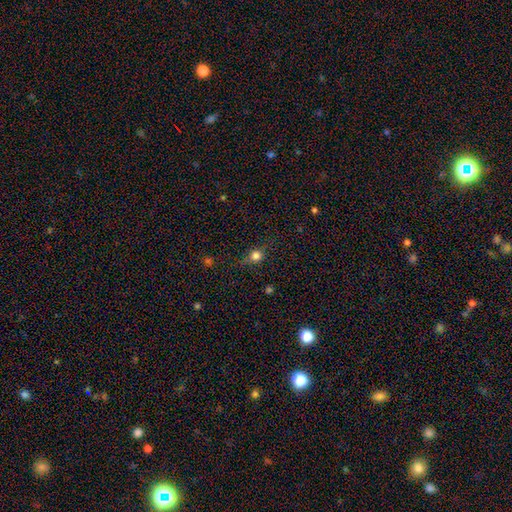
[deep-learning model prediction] smooth_or_featured: smooth (p=0.75) [alt: star or artifact p=0.16]
how_rounded: round (p=0.83) [alt: in between p=0.14]
merging: none (p=0.77) [alt: minor disturbance p=0.16]